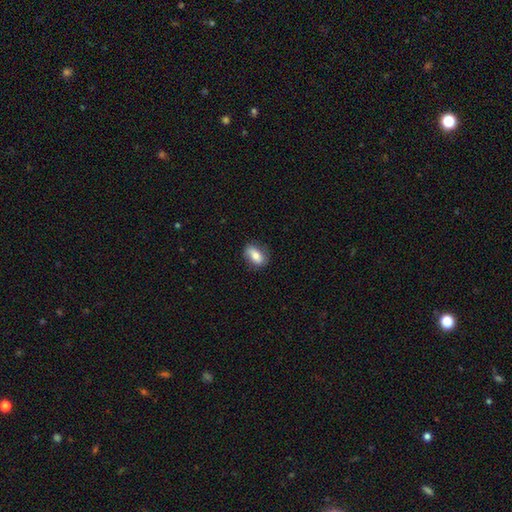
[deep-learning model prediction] A smooth galaxy with no disk features (71%) that is in between round and cigar-shaped (83%). Merging: none (76%).